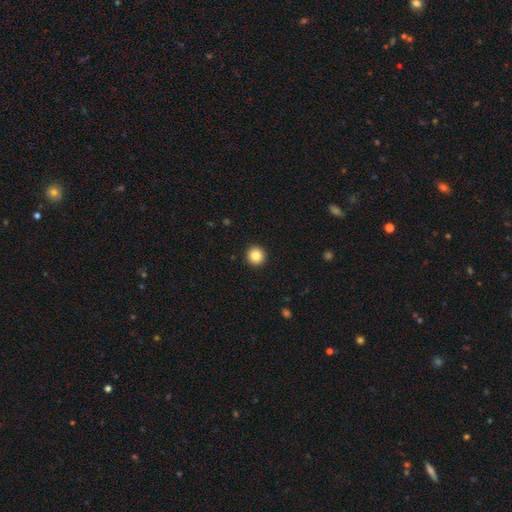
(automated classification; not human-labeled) Smooth or featured?
  - smooth: 85% *
  - star or artifact: 10%
  - featured or disk: 5%
How rounded?
  - round: 96% *
  - in between: 3%
  - cigar-shaped: 1%
Merging?
  - none: 93% *
  - minor disturbance: 4%
  - major disturbance: 2%
  - merger: 1%